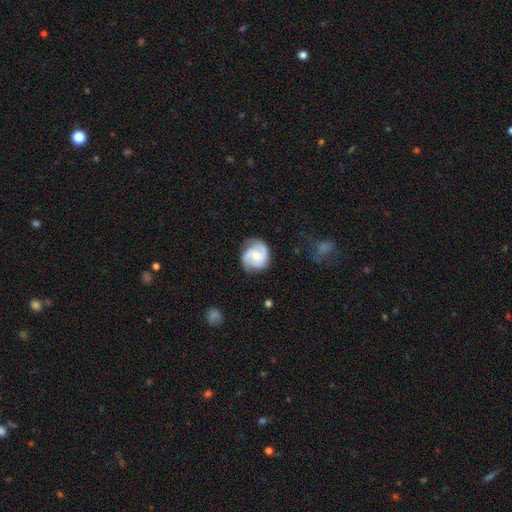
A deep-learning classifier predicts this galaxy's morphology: Q: Smooth or featured?
A: featured or disk (80%); runner-up: smooth (15%)
Q: Edge-on disk?
A: no (98%); runner-up: yes (2%)
Q: Bar?
A: no (51%); runner-up: weak (41%)
Q: Spiral arms?
A: yes (96%); runner-up: no (4%)
Q: Spiral winding?
A: medium (48%); runner-up: tight (35%)
Q: Spiral arm count?
A: 2 (79%); runner-up: 3 (9%)
Q: Bulge size?
A: moderate (48%); runner-up: small (44%)
Q: Merging?
A: none (75%); runner-up: minor disturbance (18%)